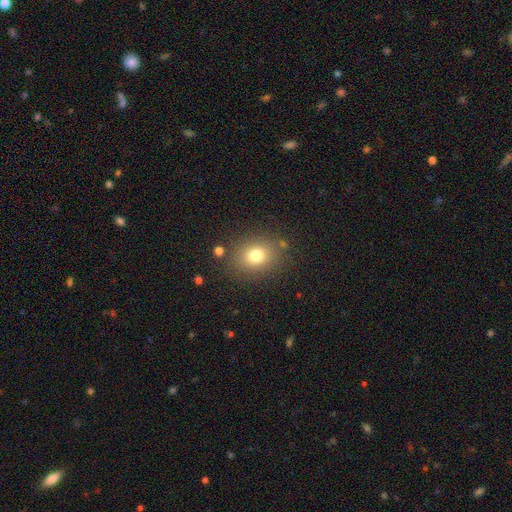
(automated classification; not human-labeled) smooth_or_featured: smooth (p=0.76) [alt: star or artifact p=0.14]
how_rounded: round (p=0.62) [alt: in between p=0.37]
merging: none (p=0.83) [alt: minor disturbance p=0.10]